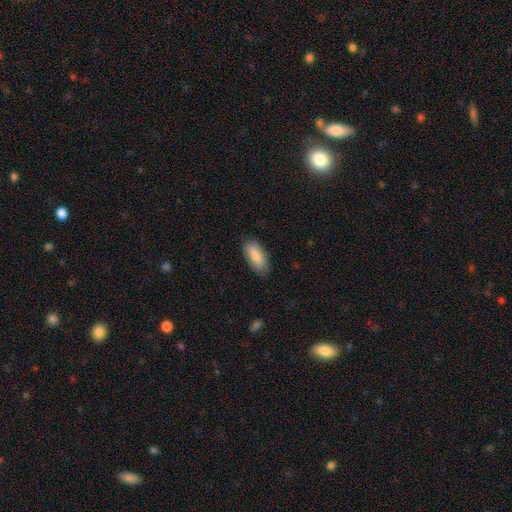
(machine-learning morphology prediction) Smooth or featured: smooth — 85% (featured or disk — 9%)
How rounded: in between — 84% (cigar-shaped — 14%)
Merging: none — 84% (minor disturbance — 12%)